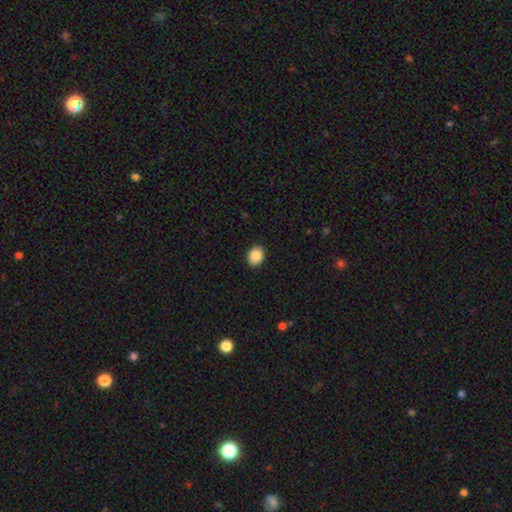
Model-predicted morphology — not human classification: Q: Smooth or featured?
A: smooth (89%); runner-up: star or artifact (8%)
Q: How rounded?
A: in between (57%); runner-up: round (43%)
Q: Merging?
A: none (90%); runner-up: minor disturbance (7%)